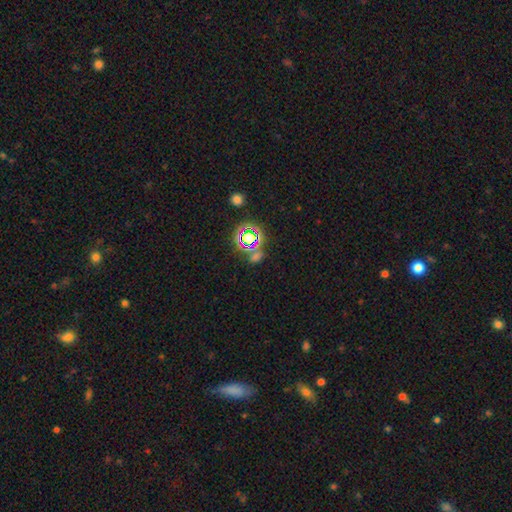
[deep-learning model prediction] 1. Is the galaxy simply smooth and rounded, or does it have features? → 66% star or artifact, 25% smooth, 9% featured or disk.